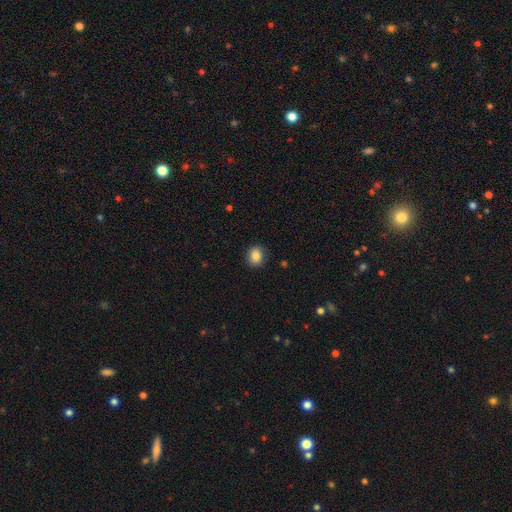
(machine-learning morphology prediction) Overall: smooth (84%). How rounded: round (68%; in between 31%). Merging: none (87%).